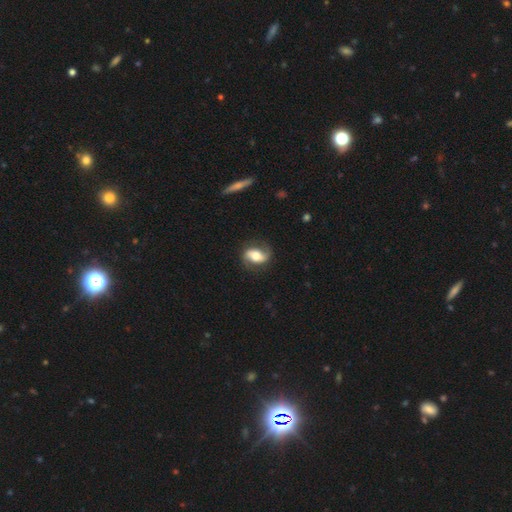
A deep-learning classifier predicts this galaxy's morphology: featured or disk 69%, smooth 25%, star or artifact 7%. Down the decision tree: edge-on disk — no (95%); bar — no (35%); spiral arms — yes (89%); spiral arm count — 2 (90%); spiral winding — loose (46%); bulge size — moderate (57%); merging — none (77%).